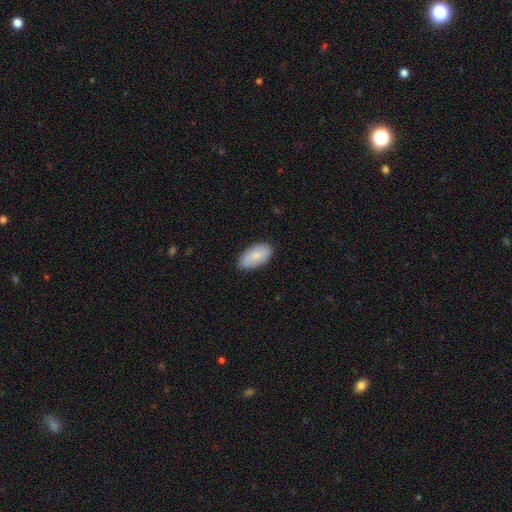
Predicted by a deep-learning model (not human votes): A smooth galaxy with no disk features (76%) that is in between round and cigar-shaped (94%). Merging: none (83%).